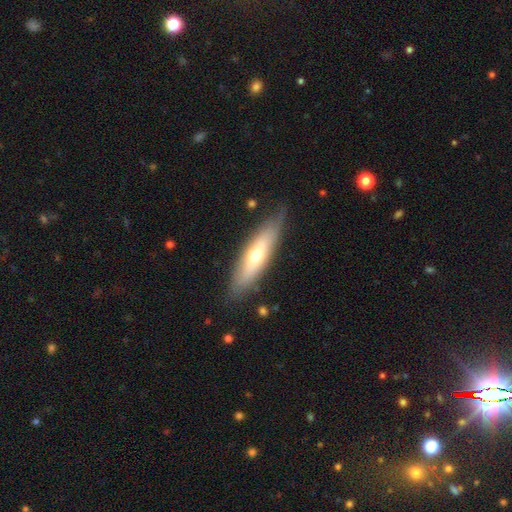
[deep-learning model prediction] smooth-or-featured: smooth: 53% | featured or disk: 41% | star or artifact: 6%
  how-rounded: cigar-shaped: 57% | in between: 41% | round: 2%
  merging: none: 77% | minor disturbance: 17% | major disturbance: 4% | merger: 2%